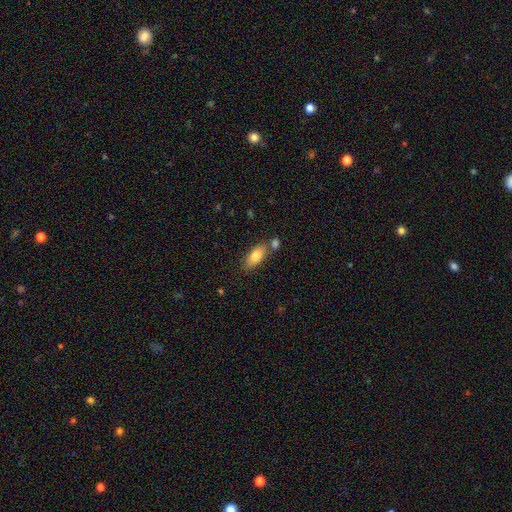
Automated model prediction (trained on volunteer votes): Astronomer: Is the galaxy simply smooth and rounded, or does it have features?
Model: smooth — 81%.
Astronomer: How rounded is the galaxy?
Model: in between — 83%.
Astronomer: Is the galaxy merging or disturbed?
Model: none — 64%.